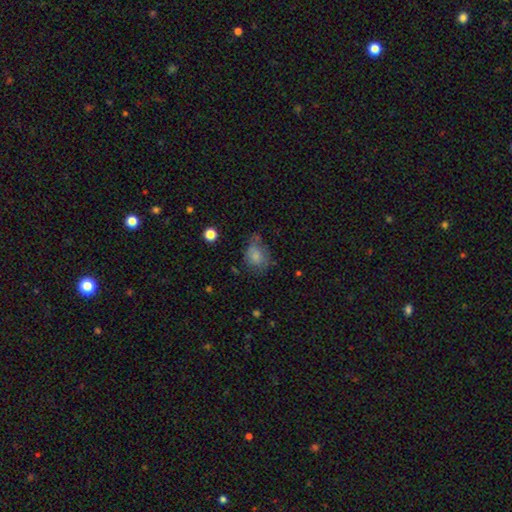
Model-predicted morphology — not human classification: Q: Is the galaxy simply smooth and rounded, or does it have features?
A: smooth — 77%.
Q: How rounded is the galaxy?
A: in between — 56%.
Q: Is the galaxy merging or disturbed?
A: none — 43%.